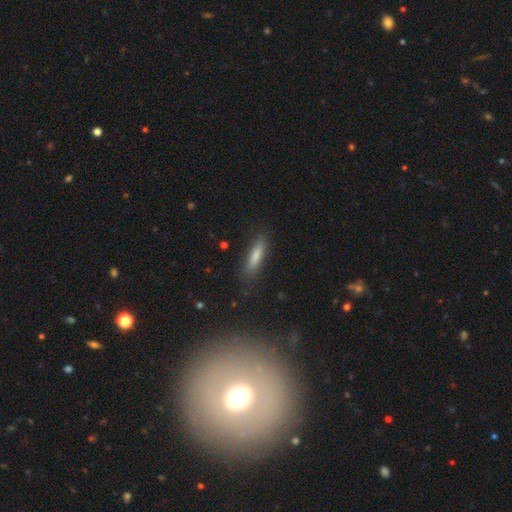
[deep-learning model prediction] smooth-or-featured: smooth: 70% | featured or disk: 20% | star or artifact: 10%
  how-rounded: cigar-shaped: 77% | in between: 21% | round: 2%
  merging: none: 84% | minor disturbance: 11% | major disturbance: 3% | merger: 2%